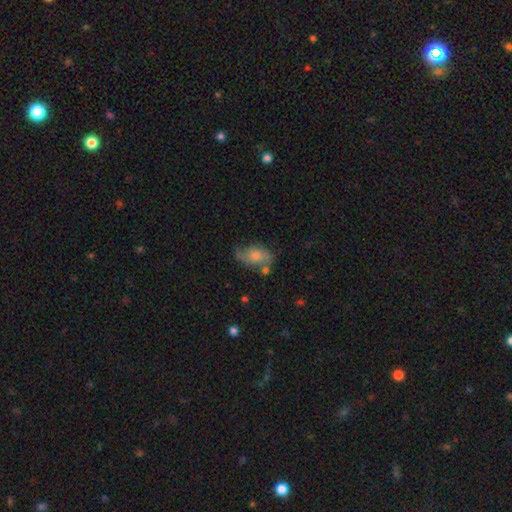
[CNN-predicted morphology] The model was most divided on "bulge size": moderate: 47%, small: 41%, large: 5%, none: 5%, dominant: 1%. More confident: edge-on disk — no (95%); spiral arms — yes (81%); bar — no (76%); smooth or featured — featured or disk (53%); merging — none (53%).